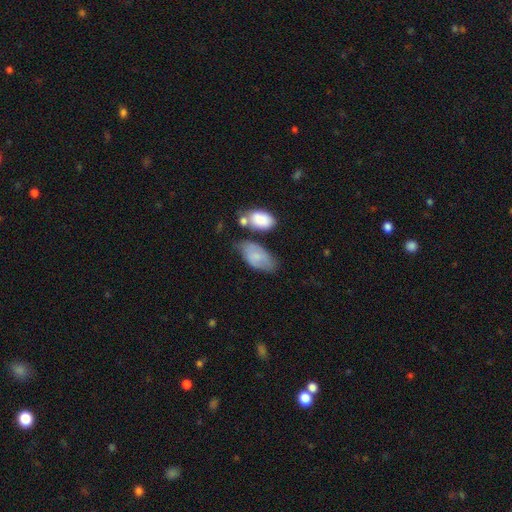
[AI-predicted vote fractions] Q: Smooth or featured?
A: smooth (68%); runner-up: featured or disk (25%)
Q: How rounded?
A: in between (93%); runner-up: round (4%)
Q: Merging?
A: none (48%); runner-up: minor disturbance (29%)